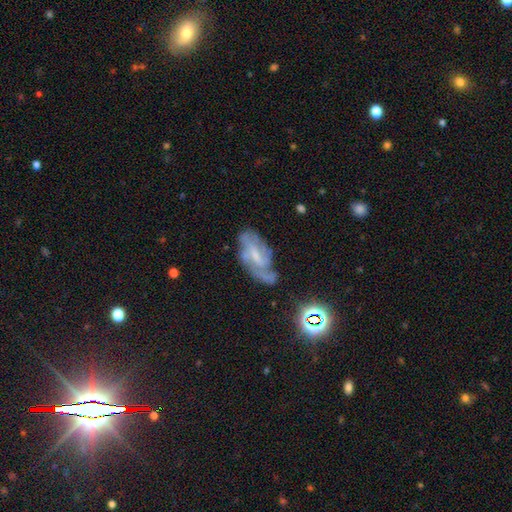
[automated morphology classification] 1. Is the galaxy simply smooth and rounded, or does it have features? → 75% featured or disk, 16% smooth, 10% star or artifact.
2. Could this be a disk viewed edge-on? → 94% no, 6% yes.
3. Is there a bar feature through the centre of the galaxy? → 50% weak, 27% no, 23% strong.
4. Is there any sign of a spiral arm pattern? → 89% yes, 11% no.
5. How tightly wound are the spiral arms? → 44% medium, 36% tight, 19% loose.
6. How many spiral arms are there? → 42% 2, 28% can't tell, 15% 3, 8% 1, 4% 4, 3% more than 4.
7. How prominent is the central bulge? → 51% small, 26% moderate, 19% none, 2% large, 1% dominant.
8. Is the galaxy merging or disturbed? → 55% none, 26% minor disturbance, 15% major disturbance, 4% merger.